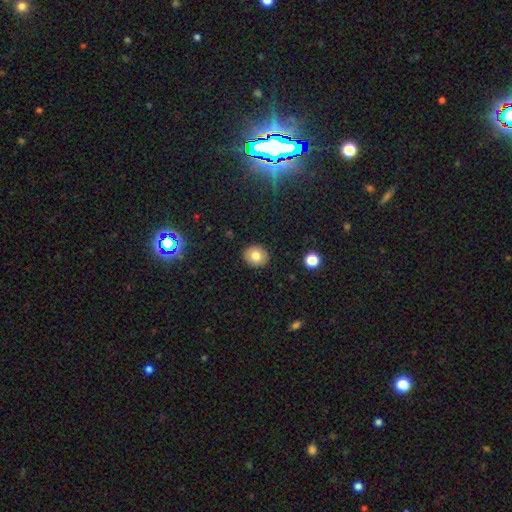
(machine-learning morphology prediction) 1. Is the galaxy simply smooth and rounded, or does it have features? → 79% smooth, 11% featured or disk, 10% star or artifact.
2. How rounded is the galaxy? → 69% round, 30% in between, 1% cigar-shaped.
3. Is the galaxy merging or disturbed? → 90% none, 7% minor disturbance, 2% major disturbance, 1% merger.